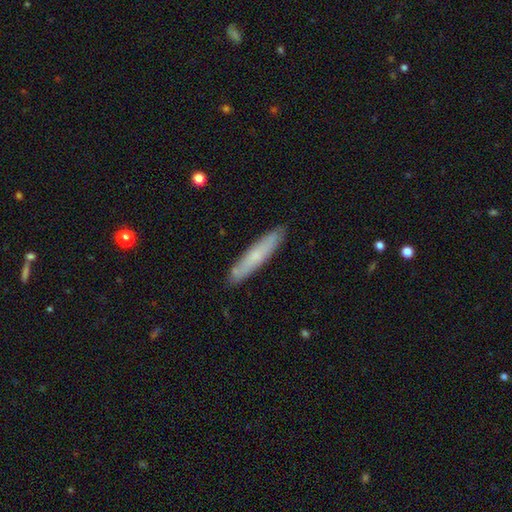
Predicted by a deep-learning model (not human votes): Smooth or featured?
  - smooth: 58% *
  - featured or disk: 36%
  - star or artifact: 6%
How rounded?
  - cigar-shaped: 91% *
  - in between: 8%
  - round: 1%
Merging?
  - none: 88% *
  - minor disturbance: 9%
  - major disturbance: 2%
  - merger: 1%